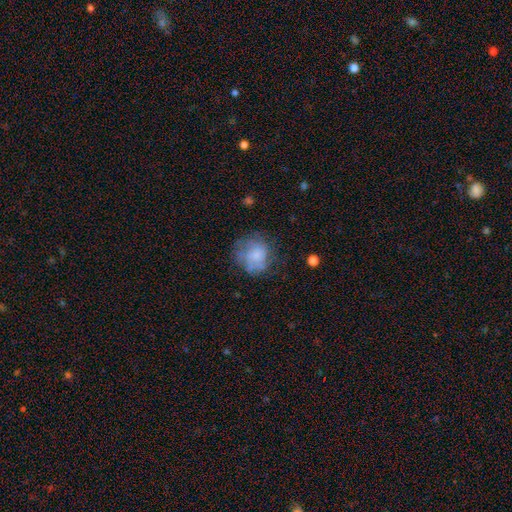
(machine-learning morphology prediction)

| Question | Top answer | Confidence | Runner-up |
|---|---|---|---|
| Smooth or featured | smooth | 57% | featured or disk (33%) |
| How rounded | round | 80% | in between (19%) |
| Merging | none | 56% | minor disturbance (24%) |